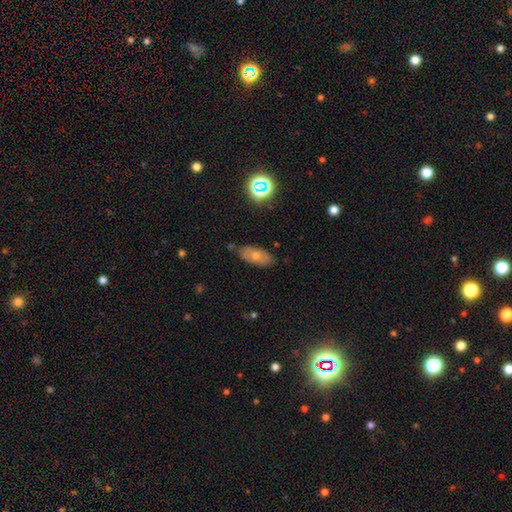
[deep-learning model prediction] The model was most divided on "smooth or featured": smooth: 62%, featured or disk: 27%, star or artifact: 11%. More confident: how rounded — in between (88%); merging — none (77%).